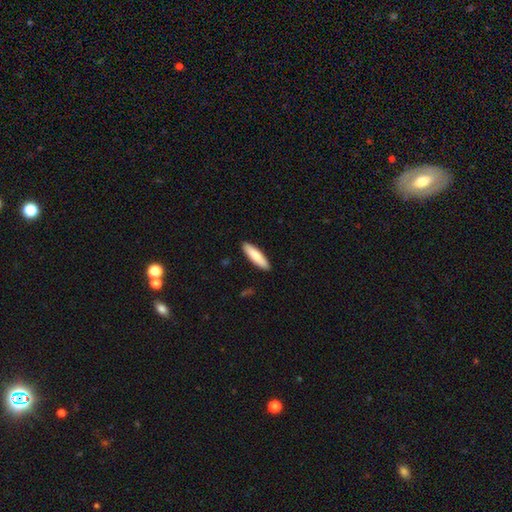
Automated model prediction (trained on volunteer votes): Smooth or featured? Predicted: smooth (p=0.83). How rounded? Predicted: cigar-shaped (p=0.74). Merging? Predicted: none (p=0.91).